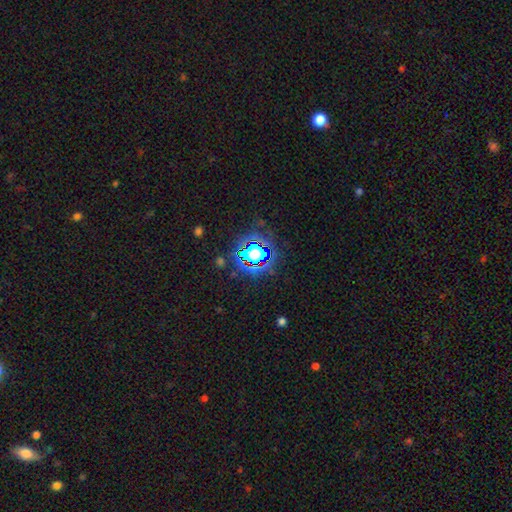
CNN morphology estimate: Smooth or featured? Predicted: star or artifact (p=0.82).